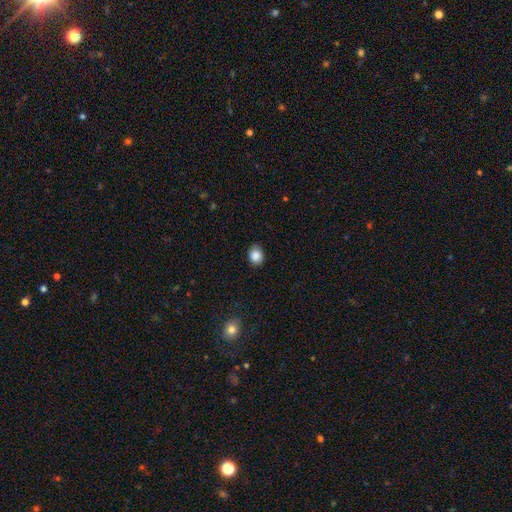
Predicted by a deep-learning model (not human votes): This is clearly a smooth galaxy (87%). How rounded: possibly round (51%). Merging: clearly none (82%).